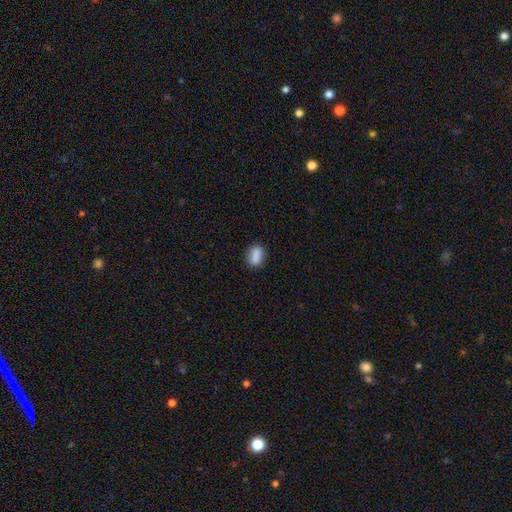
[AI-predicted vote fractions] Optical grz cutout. It shows a smooth galaxy with no disk features (84%) that is in between round and cigar-shaped (68%). Merging: none (85%).